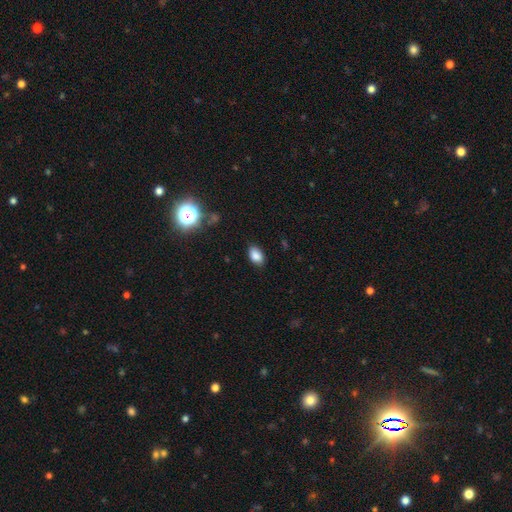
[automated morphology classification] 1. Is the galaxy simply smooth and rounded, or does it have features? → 85% smooth, 10% star or artifact, 5% featured or disk.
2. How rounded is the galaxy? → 89% in between, 9% round, 1% cigar-shaped.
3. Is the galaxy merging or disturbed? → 84% none, 12% minor disturbance, 3% major disturbance, 1% merger.